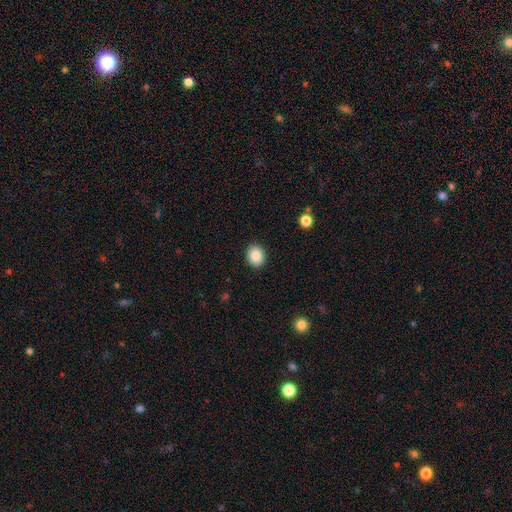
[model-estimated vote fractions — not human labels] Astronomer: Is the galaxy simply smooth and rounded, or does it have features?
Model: smooth — 86%.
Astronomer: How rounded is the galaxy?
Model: round — 56% (runner-up: in between, 43%).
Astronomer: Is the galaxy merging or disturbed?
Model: none — 90%.